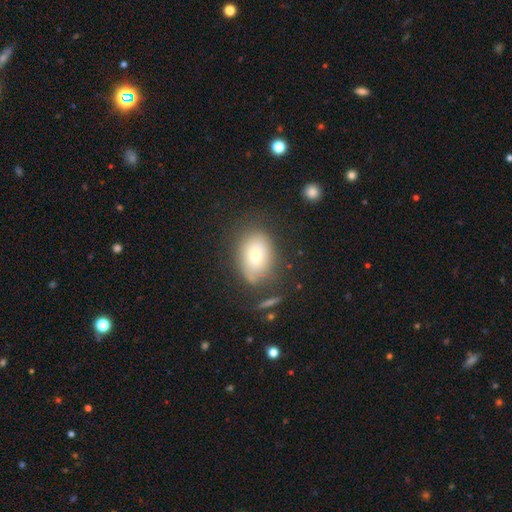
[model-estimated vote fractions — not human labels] This appears to be a smooth galaxy with no disk features (71%) that is in between round and cigar-shaped (80%). Merging: none (70%).